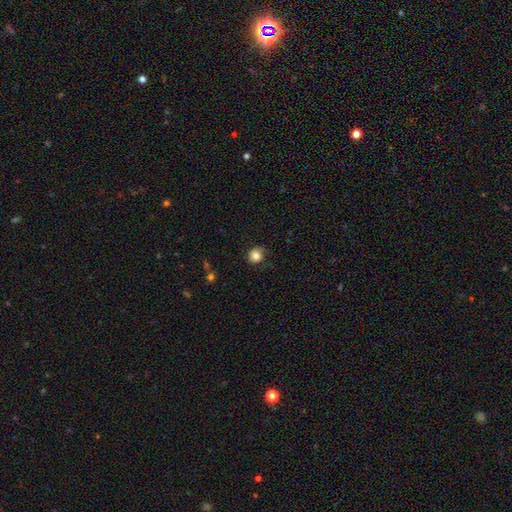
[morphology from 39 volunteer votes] A smooth galaxy with no disk features (87%) that is round (91%).

Vote fractions:
- Smooth or featured? smooth: 87% / star or artifact: 10% / featured or disk: 3%
- How rounded? round: 91% / in between: 9% / cigar-shaped: 0%
- Merging? none: 86% / minor disturbance: 11% / major disturbance: 3% / merger: 0%